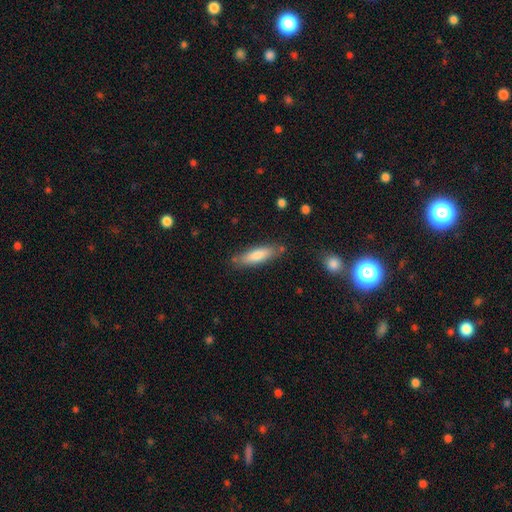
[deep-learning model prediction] This is likely a smooth galaxy (79%). How rounded: likely cigar-shaped (62%). Merging: likely none (79%).